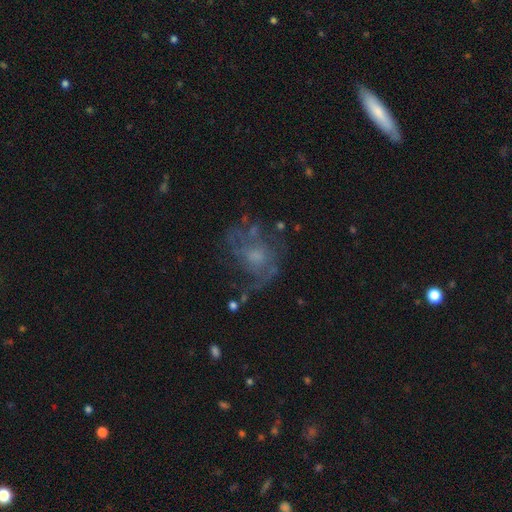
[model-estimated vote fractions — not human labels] A featured or disk galaxy (62%) with no bar (77%), spiral arms (62%) and a moderate central bulge (40%).

Vote fractions:
- Smooth or featured? featured or disk: 62% / smooth: 24% / star or artifact: 14%
- Edge-on disk? no: 97% / yes: 3%
- Bar? no: 77% / weak: 20% / strong: 3%
- Spiral arms? yes: 62% / no: 38%
- Bulge size? moderate: 40% / small: 34% / none: 17% / large: 7% / dominant: 2%
- Merging? none: 49% / major disturbance: 27% / minor disturbance: 20% / merger: 4%